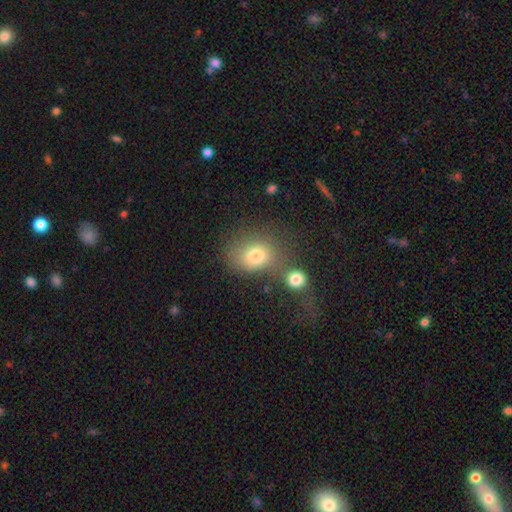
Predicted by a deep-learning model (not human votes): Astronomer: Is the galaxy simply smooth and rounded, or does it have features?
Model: smooth — 78%.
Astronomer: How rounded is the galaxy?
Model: round — 56% (runner-up: in between, 43%).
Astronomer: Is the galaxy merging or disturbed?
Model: none — 44% (runner-up: merger, 30%).